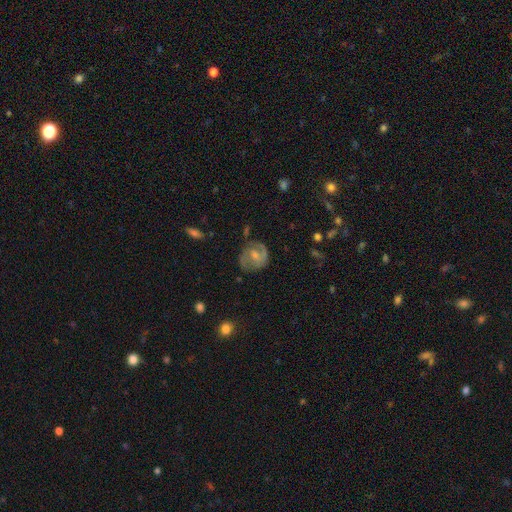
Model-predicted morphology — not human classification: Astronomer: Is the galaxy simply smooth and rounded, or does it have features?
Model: featured or disk — 70%.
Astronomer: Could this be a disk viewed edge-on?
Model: no — 97%.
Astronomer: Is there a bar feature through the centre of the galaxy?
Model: weak — 50% (runner-up: no, 36%).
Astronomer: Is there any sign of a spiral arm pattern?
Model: yes — 87%.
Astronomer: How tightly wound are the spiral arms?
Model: medium — 48% (runner-up: tight, 34%).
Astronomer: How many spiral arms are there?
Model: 2 — 75%.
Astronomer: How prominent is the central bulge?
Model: small — 48% (runner-up: moderate, 40%).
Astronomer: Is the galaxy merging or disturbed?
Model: none — 68%.